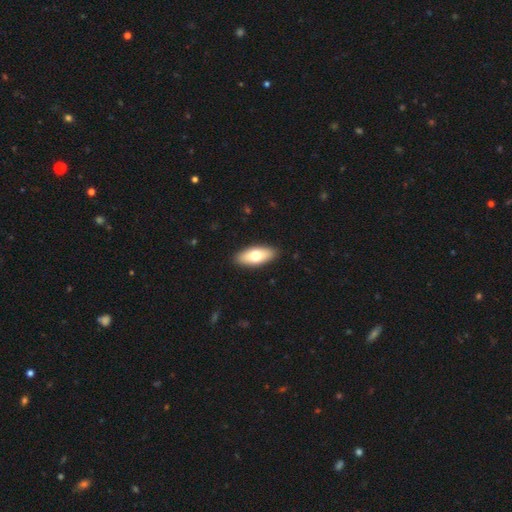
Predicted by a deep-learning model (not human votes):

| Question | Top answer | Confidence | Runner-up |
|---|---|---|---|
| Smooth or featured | smooth | 70% | featured or disk (24%) |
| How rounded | in between | 82% | cigar-shaped (15%) |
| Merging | none | 90% | minor disturbance (7%) |